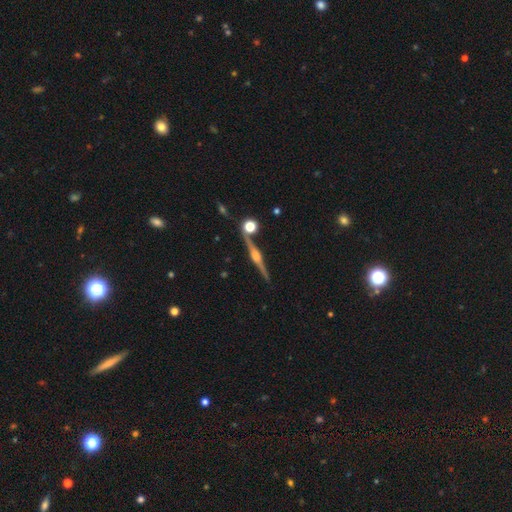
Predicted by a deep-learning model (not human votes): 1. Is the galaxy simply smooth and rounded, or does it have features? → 86% featured or disk, 8% smooth, 6% star or artifact.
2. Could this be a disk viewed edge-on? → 98% yes, 2% no.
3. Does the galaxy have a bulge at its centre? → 91% rounded, 7% boxy, 2% none.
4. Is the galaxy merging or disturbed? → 86% none, 7% minor disturbance, 5% merger, 2% major disturbance.